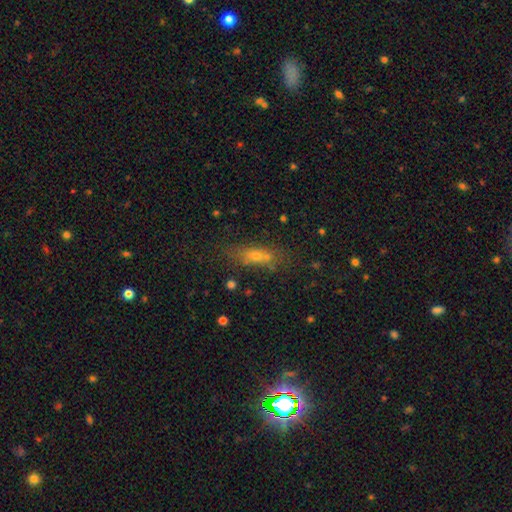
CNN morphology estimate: A smooth galaxy with no disk features (58%) that is in between round and cigar-shaped (46%, tied with cigar-shaped). Merging: none (63%).